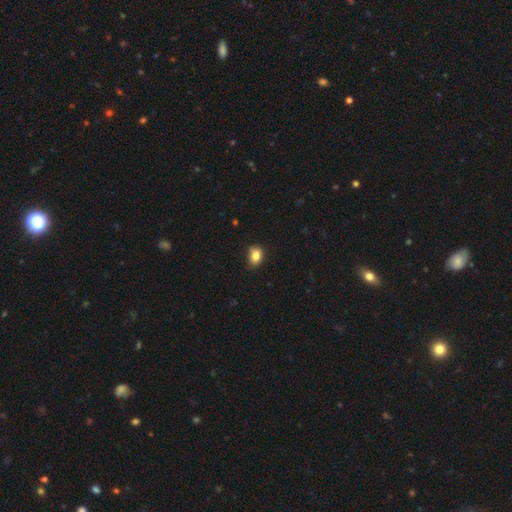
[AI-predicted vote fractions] smooth-or-featured: smooth: 83% | star or artifact: 10% | featured or disk: 6%
  how-rounded: in between: 61% | round: 38% | cigar-shaped: 1%
  merging: none: 75% | minor disturbance: 20% | major disturbance: 3% | merger: 2%